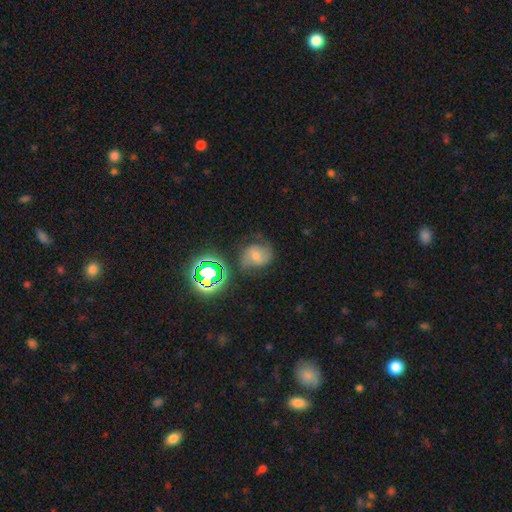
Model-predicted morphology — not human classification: Overall: featured or disk (57%; star or artifact 24%). Edge-on disk: no (97%). Bar: no (56%; weak 33%). Spiral arms: yes (91%). Spiral arm count: 2 (67%). Spiral winding: medium (45%; tight 38%). Bulge size: moderate (52%; small 39%). Merging: none (65%).